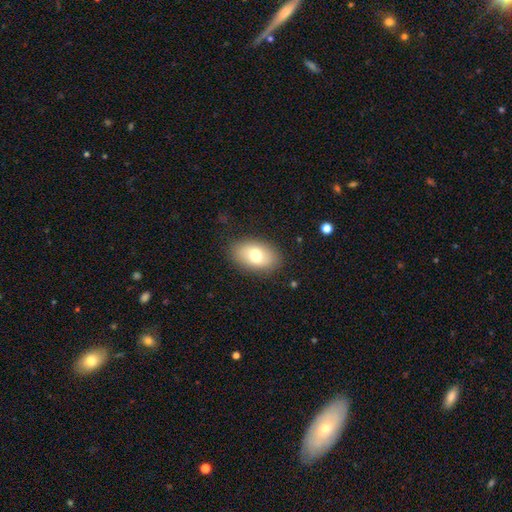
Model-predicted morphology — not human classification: Smooth or featured?
  - smooth: 72% *
  - featured or disk: 20%
  - star or artifact: 8%
How rounded?
  - in between: 89% *
  - round: 10%
  - cigar-shaped: 1%
Merging?
  - none: 85% *
  - minor disturbance: 11%
  - major disturbance: 3%
  - merger: 1%